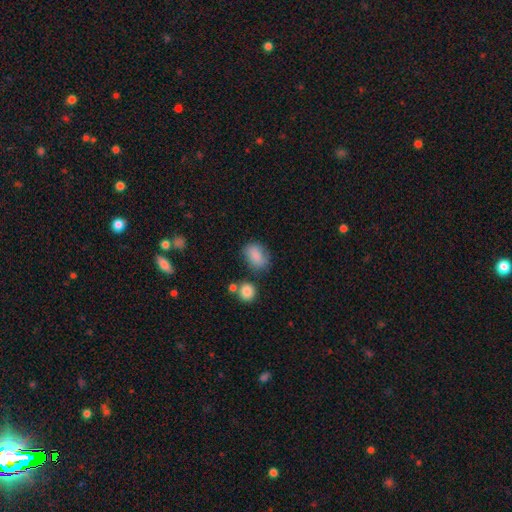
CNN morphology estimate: Smooth or featured: smooth — 85% (star or artifact — 9%)
How rounded: in between — 77% (round — 22%)
Merging: none — 65% (minor disturbance — 22%)